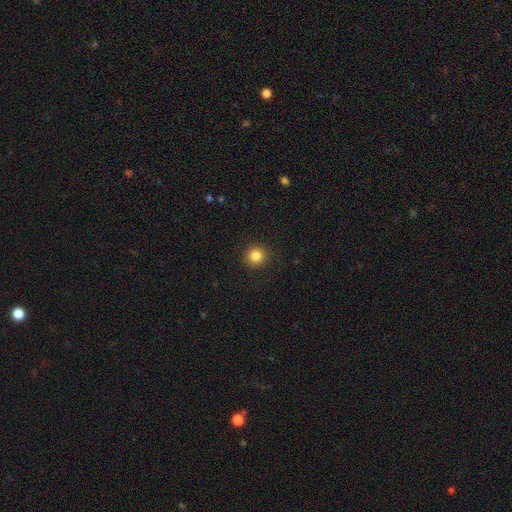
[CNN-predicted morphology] smooth_or_featured: smooth (p=0.84) [alt: star or artifact p=0.11]
how_rounded: round (p=0.93) [alt: in between p=0.06]
merging: none (p=0.91) [alt: minor disturbance p=0.06]